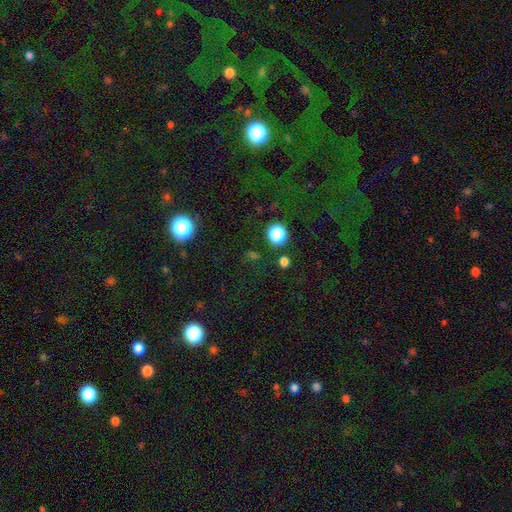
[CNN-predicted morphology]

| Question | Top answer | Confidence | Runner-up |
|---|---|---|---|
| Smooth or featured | star or artifact | 56% | smooth (35%) |